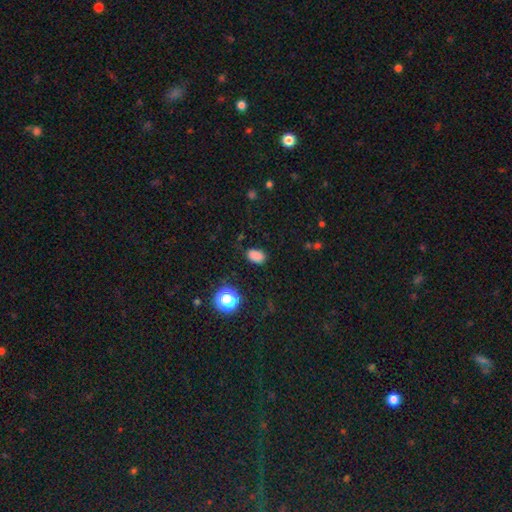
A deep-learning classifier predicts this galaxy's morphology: A smooth galaxy with no disk features (82%) that is in between round and cigar-shaped (85%).

Vote fractions:
- Smooth or featured? smooth: 82% / star or artifact: 14% / featured or disk: 4%
- How rounded? in between: 85% / round: 13% / cigar-shaped: 1%
- Merging? none: 81% / minor disturbance: 13% / major disturbance: 4% / merger: 2%